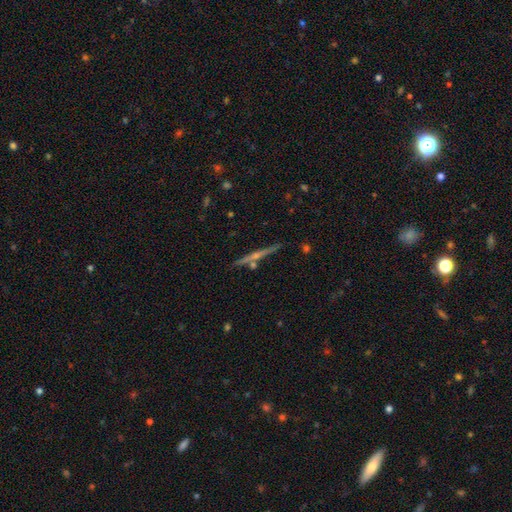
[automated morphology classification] Smooth or featured?
  - featured or disk: 73% *
  - smooth: 19%
  - star or artifact: 8%
Edge-on disk?
  - yes: 98% *
  - no: 2%
Edge-on bulge?
  - rounded: 67% *
  - none: 27%
  - boxy: 5%
Merging?
  - none: 86% *
  - minor disturbance: 8%
  - merger: 4%
  - major disturbance: 2%